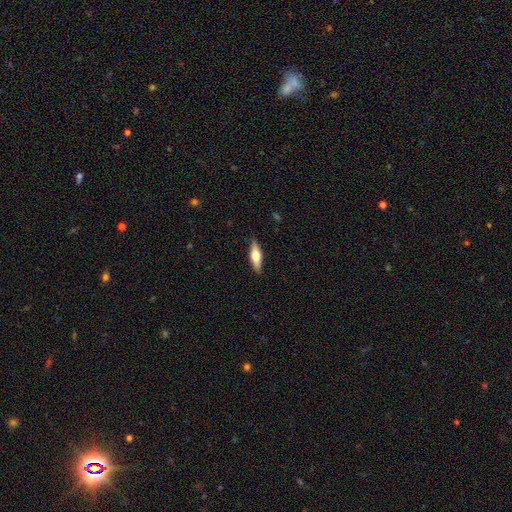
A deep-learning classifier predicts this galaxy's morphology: smooth_or_featured: smooth (p=0.54) [alt: featured or disk p=0.41]
how_rounded: cigar-shaped (p=0.53) [alt: in between p=0.45]
merging: none (p=0.88) [alt: minor disturbance p=0.09]